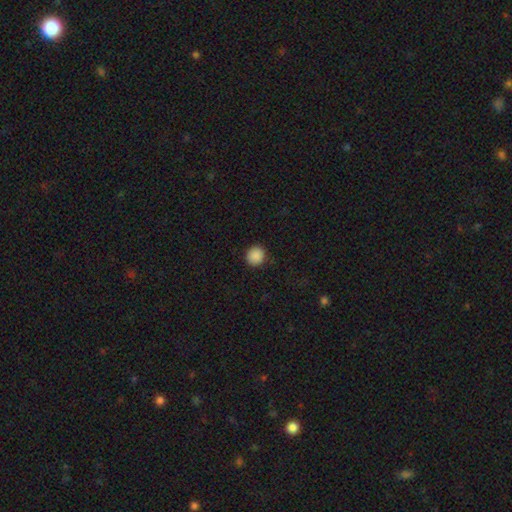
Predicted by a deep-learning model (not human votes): The model was most divided on "smooth or featured": smooth: 89%, star or artifact: 9%, featured or disk: 2%. More confident: how rounded — round (93%); merging — none (91%).